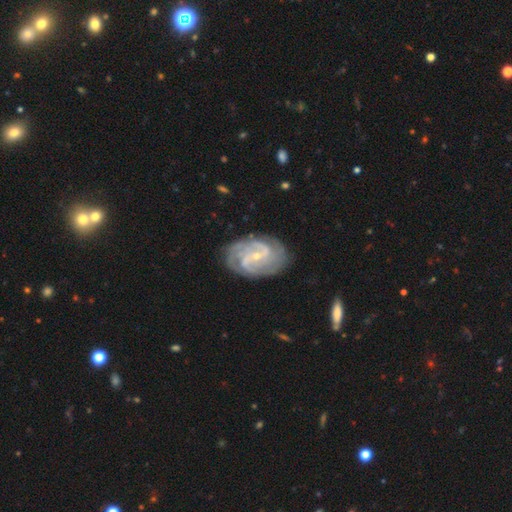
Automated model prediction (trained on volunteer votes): The model was most divided on "spiral winding": tight: 52%, medium: 38%, loose: 10%. Remaining: edge-on disk — no (97%); spiral arms — yes (97%); smooth or featured — featured or disk (88%); merging — none (78%); bulge size — small (76%); bar — weak (48%); spiral arm count — 2 (37%).